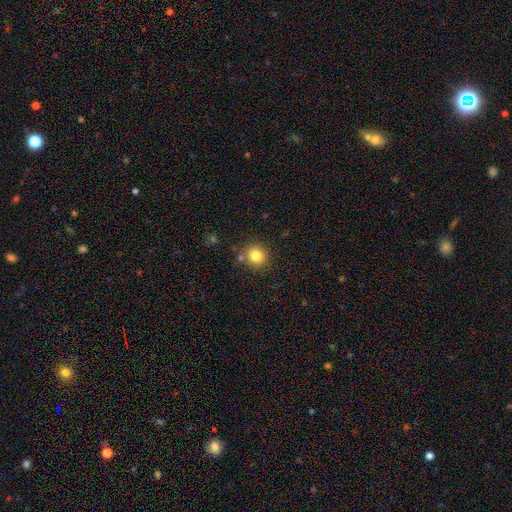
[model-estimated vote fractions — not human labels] smooth_or_featured: smooth (p=0.83) [alt: star or artifact p=0.11]
how_rounded: round (p=0.89) [alt: in between p=0.10]
merging: none (p=0.80) [alt: minor disturbance p=0.09]